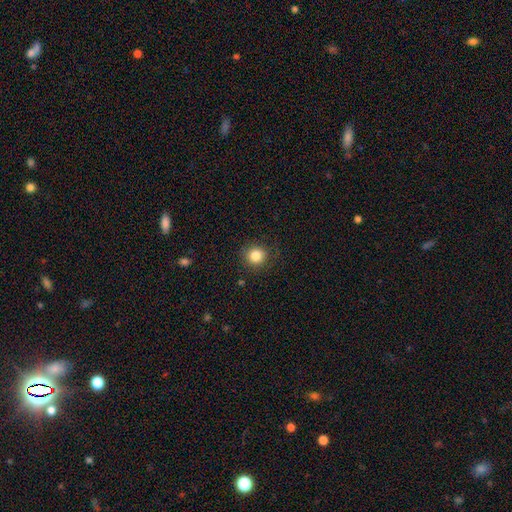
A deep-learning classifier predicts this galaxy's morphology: This is clearly a smooth galaxy (84%). How rounded: clearly round (92%). Merging: clearly none (86%).